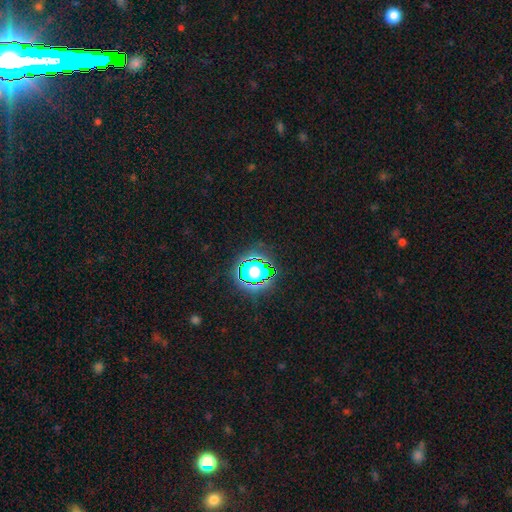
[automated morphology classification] Overall: star or artifact (79%).